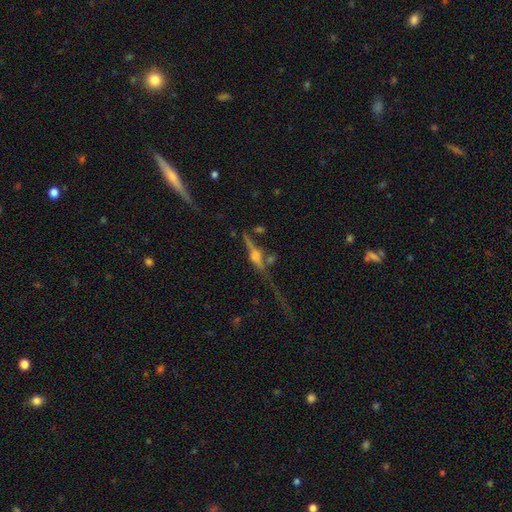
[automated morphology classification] Smooth or featured? Predicted: featured or disk (p=0.72). Edge-on disk? Predicted: yes (p=0.92). Edge-on bulge? Predicted: rounded (p=0.85). Merging? Predicted: none (p=0.58).